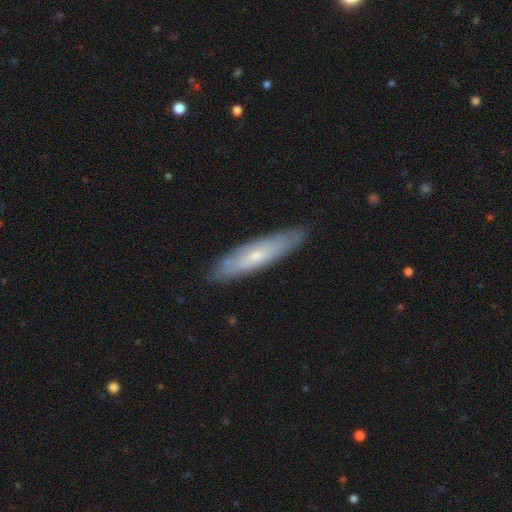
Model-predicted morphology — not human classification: The model was most divided on "smooth or featured": smooth: 49%, featured or disk: 45%, star or artifact: 6%. More confident: merging — none (86%).